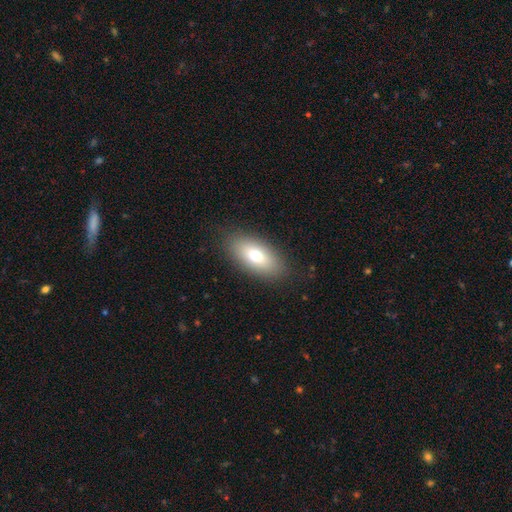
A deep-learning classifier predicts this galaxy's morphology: This is likely a smooth galaxy (73%). How rounded: clearly in between (89%). Merging: clearly none (86%).